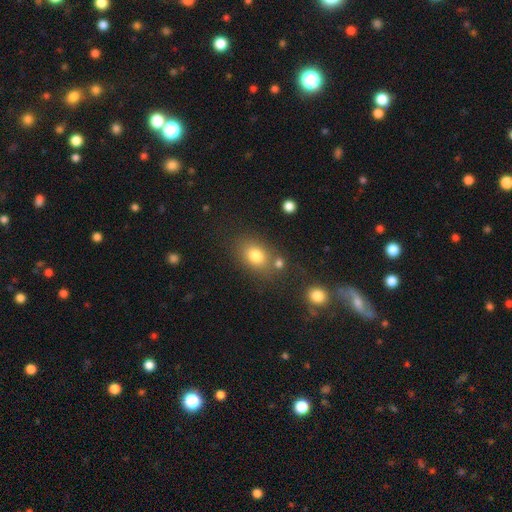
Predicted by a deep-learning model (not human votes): Smooth or featured: smooth — 79% (star or artifact — 11%)
How rounded: in between — 71% (round — 27%)
Merging: none — 68% (merger — 14%)